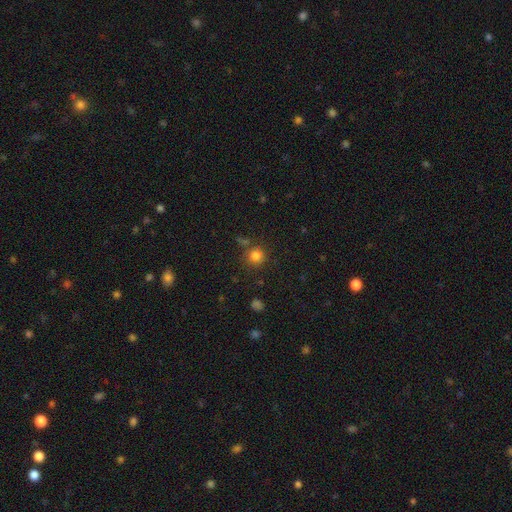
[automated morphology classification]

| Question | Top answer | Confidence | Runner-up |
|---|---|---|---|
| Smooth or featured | smooth | 81% | star or artifact (13%) |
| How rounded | round | 93% | in between (6%) |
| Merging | none | 79% | minor disturbance (10%) |